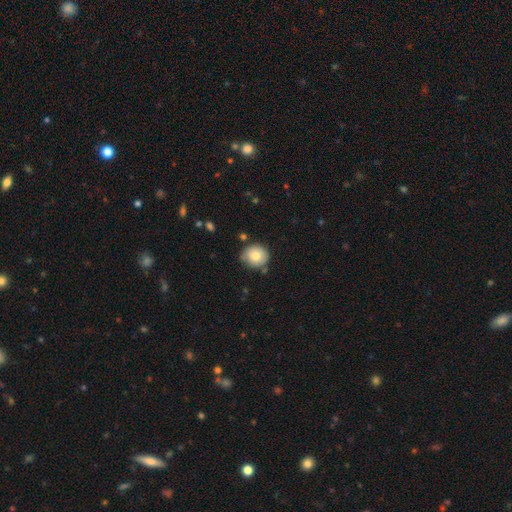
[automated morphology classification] type=smooth (79%); roundness=round (82%); merging=none (74%).